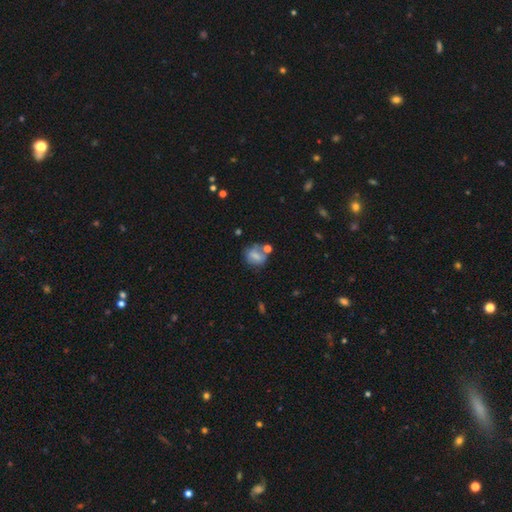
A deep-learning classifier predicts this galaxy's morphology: smooth 68%, featured or disk 21%, star or artifact 11%. Down the decision tree: how rounded — round (56%); merging — none (50%).